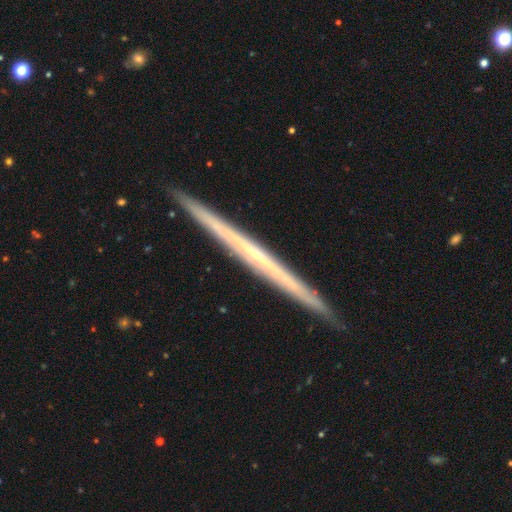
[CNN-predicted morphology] featured or disk 74%, smooth 20%, star or artifact 6%. Down the decision tree: edge-on disk — yes (98%); edge-on bulge — none (79%); merging — none (92%).